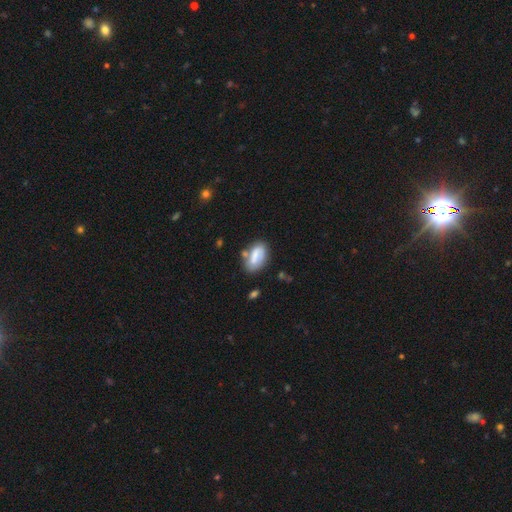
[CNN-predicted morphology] Q: Smooth or featured?
A: smooth (66%); runner-up: featured or disk (26%)
Q: How rounded?
A: in between (89%); runner-up: cigar-shaped (5%)
Q: Merging?
A: none (59%); runner-up: minor disturbance (21%)